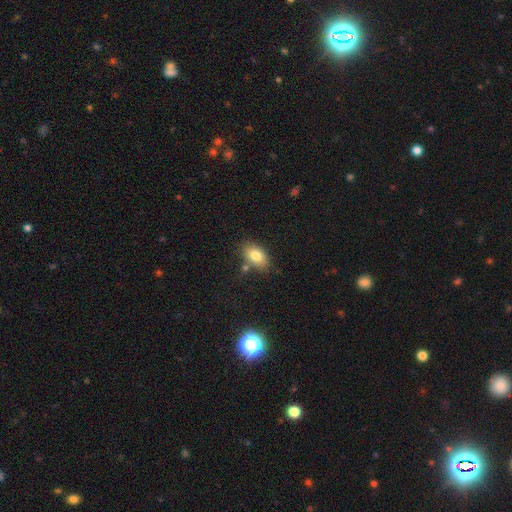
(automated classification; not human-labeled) Overall: smooth (80%). How rounded: in between (89%). Merging: none (73%).